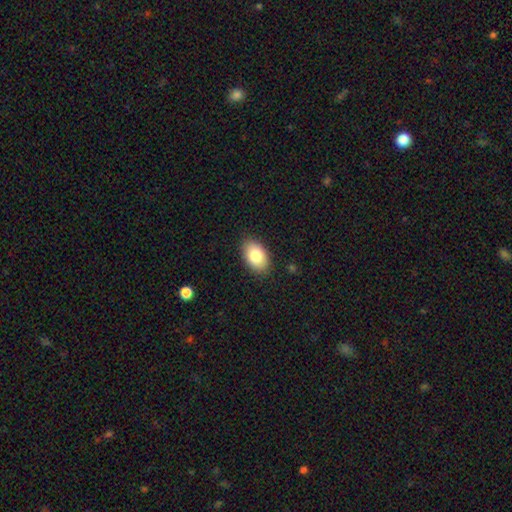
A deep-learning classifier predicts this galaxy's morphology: Smooth or featured? smooth (83%)
How rounded? in between (91%)
Merging? none (87%)